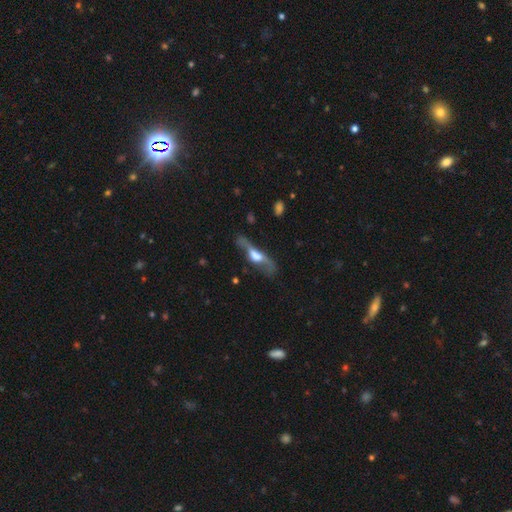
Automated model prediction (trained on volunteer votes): smooth_or_featured: featured or disk (p=0.66) [alt: smooth p=0.27]
disk_edge_on: yes (p=0.60) [alt: no p=0.40]
merging: none (p=0.47) [alt: major disturbance p=0.26]